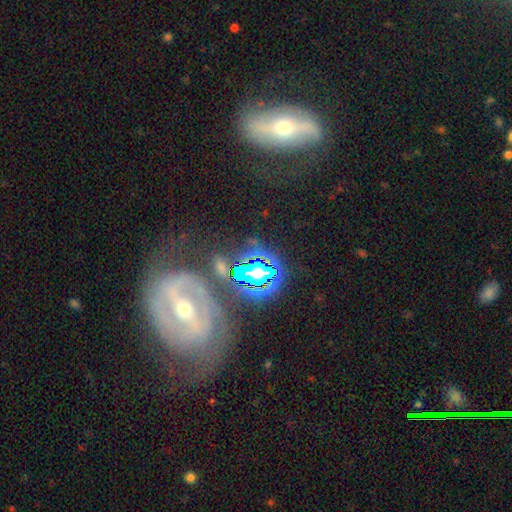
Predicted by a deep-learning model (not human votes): A featured or disk galaxy (63%) with a strong bar (39%), spiral arms (80%) and a moderate central bulge (49%).

Vote fractions:
- Smooth or featured? featured or disk: 63% / star or artifact: 19% / smooth: 18%
- Edge-on disk? no: 91% / yes: 9%
- Bar? strong: 39% / weak: 34% / no: 27%
- Spiral arms? yes: 80% / no: 20%
- Bulge size? moderate: 49% / small: 43% / large: 4% / none: 2% / dominant: 2%
- Merging? none: 54% / minor disturbance: 20% / major disturbance: 15% / merger: 12%